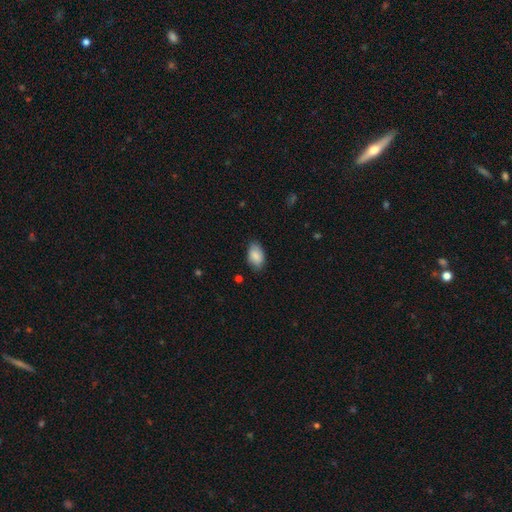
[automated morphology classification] This is clearly a smooth galaxy (87%). How rounded: clearly in between (92%). Merging: likely none (80%).